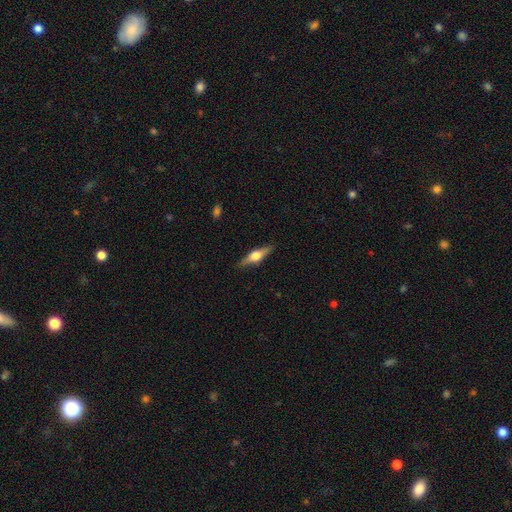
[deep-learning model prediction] The model was most divided on "smooth or featured": featured or disk: 67%, smooth: 27%, star or artifact: 6%. More confident: edge-on disk — yes (96%); edge-on bulge — rounded (93%); merging — none (89%).